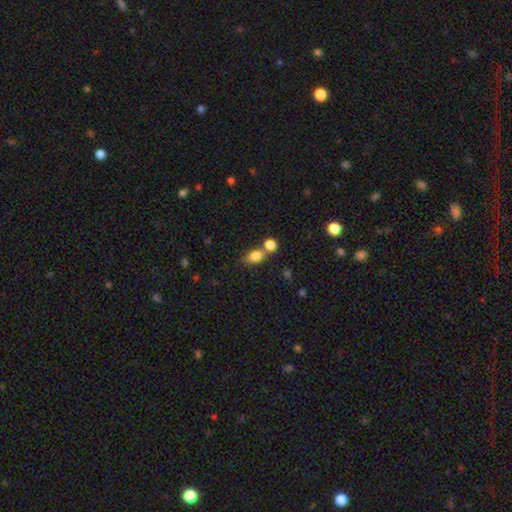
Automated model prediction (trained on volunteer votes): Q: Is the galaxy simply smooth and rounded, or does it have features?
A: smooth — 82%.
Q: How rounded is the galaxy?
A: in between — 70%.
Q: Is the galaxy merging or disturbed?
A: merger — 43%.